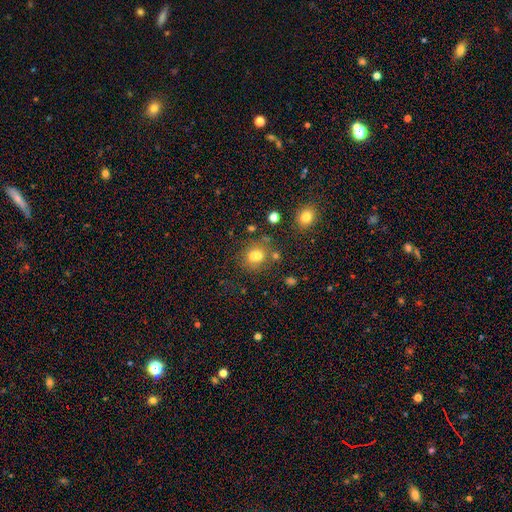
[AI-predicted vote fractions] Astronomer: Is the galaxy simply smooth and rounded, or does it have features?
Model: smooth — 71%.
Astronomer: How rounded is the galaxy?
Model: round — 65%.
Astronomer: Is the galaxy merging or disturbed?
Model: none — 51% (runner-up: merger, 31%).